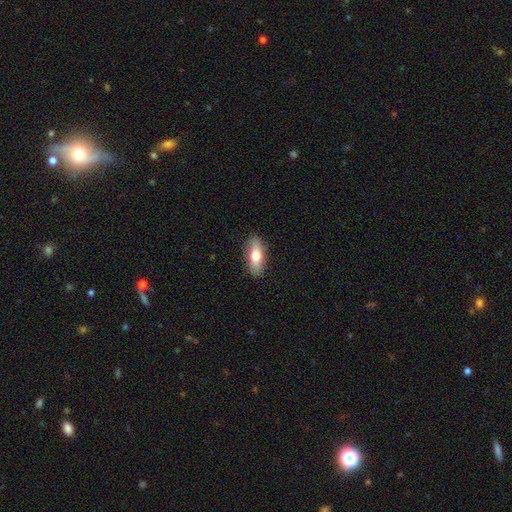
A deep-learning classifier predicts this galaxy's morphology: Q: Smooth or featured?
A: smooth (72%); runner-up: featured or disk (21%)
Q: How rounded?
A: in between (76%); runner-up: cigar-shaped (20%)
Q: Merging?
A: none (87%); runner-up: minor disturbance (10%)